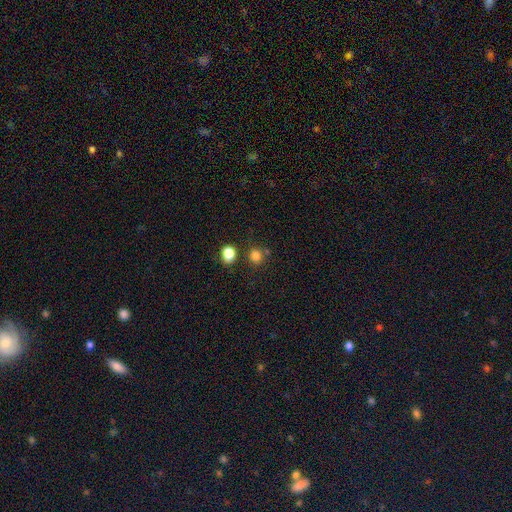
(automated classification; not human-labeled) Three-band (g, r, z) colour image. It shows a smooth galaxy with no disk features (81%) that is round (81%). Merging: none (74%).